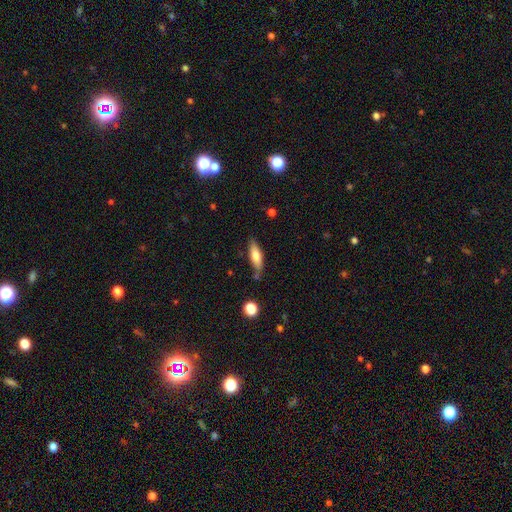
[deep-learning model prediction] A smooth galaxy with no disk features (68%) that is cigar-shaped (50%).

Vote fractions:
- Smooth or featured? smooth: 68% / featured or disk: 25% / star or artifact: 7%
- How rounded? cigar-shaped: 50% / in between: 48% / round: 2%
- Merging? none: 75% / minor disturbance: 17% / merger: 5% / major disturbance: 3%